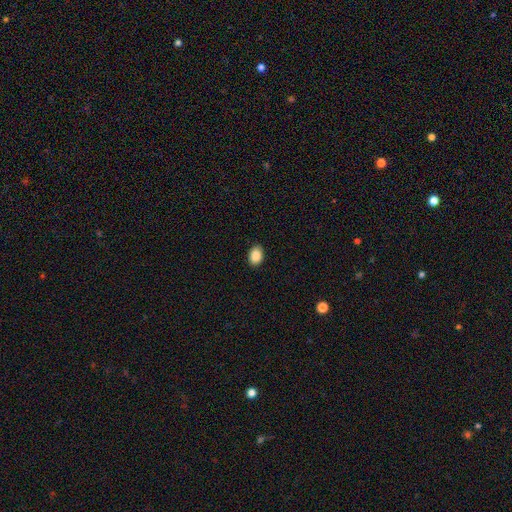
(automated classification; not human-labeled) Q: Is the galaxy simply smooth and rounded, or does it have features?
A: smooth — 89%.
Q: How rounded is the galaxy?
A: in between — 78%.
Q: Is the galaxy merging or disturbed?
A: none — 88%.